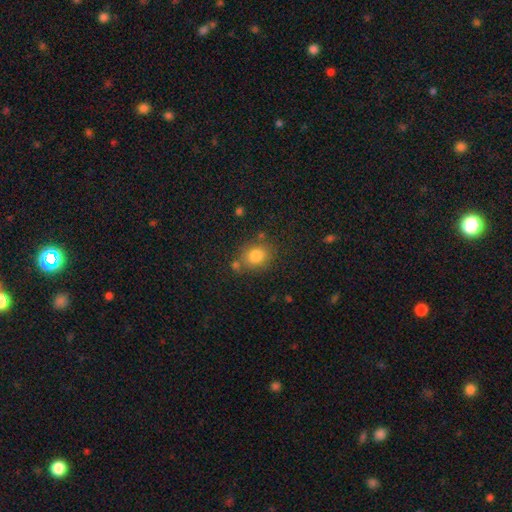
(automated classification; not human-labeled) Morphology: type=smooth (81%); roundness=round (66%); merging=none (72%).